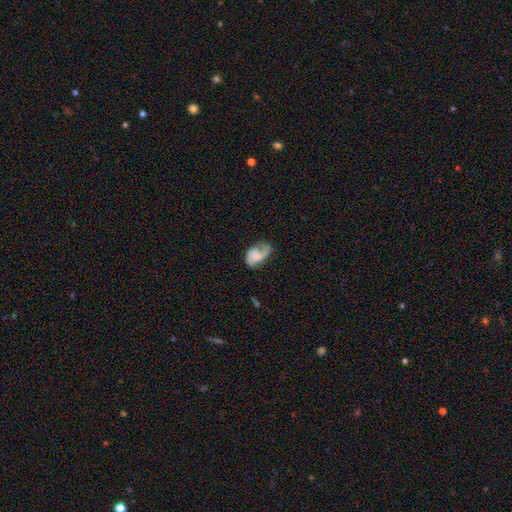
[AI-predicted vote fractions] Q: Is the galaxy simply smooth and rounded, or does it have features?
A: featured or disk — 51%.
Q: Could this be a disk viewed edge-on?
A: no — 97%.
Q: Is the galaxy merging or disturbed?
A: none — 38%.